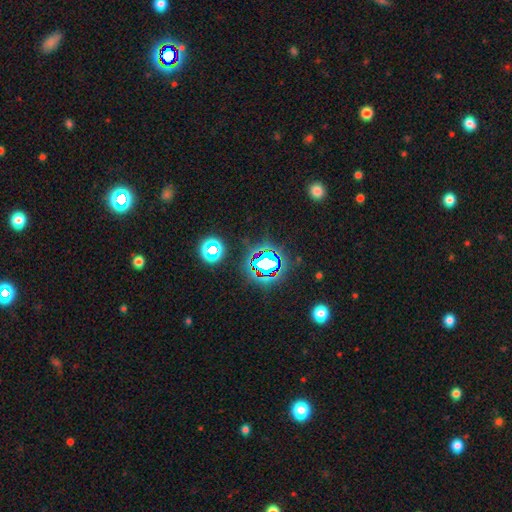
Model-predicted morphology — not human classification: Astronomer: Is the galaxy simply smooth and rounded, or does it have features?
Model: star or artifact — 81%.